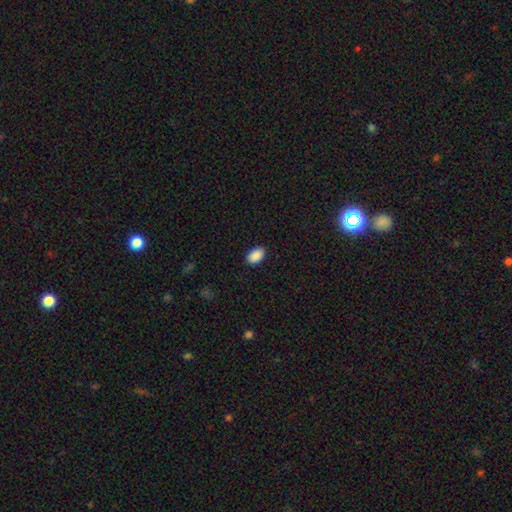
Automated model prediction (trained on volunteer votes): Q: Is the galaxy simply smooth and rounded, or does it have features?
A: smooth — 90%.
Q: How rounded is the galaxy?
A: in between — 90%.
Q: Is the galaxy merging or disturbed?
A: none — 89%.